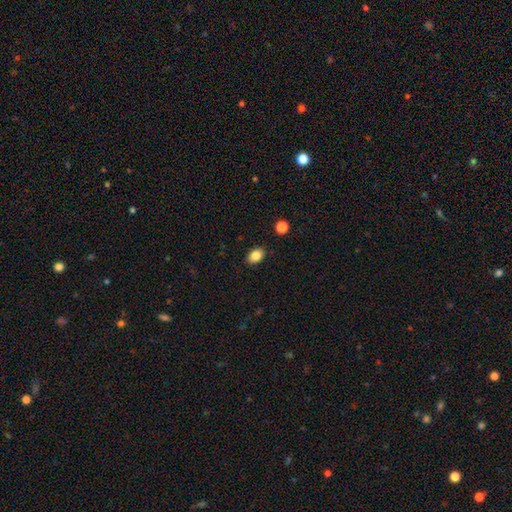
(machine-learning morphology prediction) A smooth galaxy with no disk features (85%) that is in between round and cigar-shaped (81%).

Vote fractions:
- Smooth or featured? smooth: 85% / star or artifact: 9% / featured or disk: 6%
- How rounded? in between: 81% / round: 18% / cigar-shaped: 1%
- Merging? none: 87% / minor disturbance: 9% / major disturbance: 2% / merger: 2%